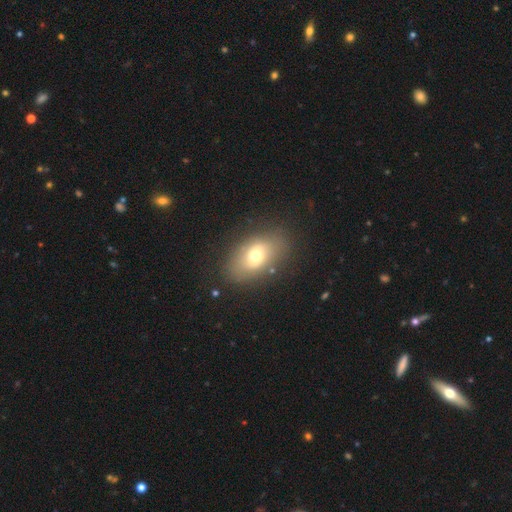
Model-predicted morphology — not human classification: This appears to be a smooth galaxy with no disk features (66%) that is in between round and cigar-shaped (84%). Merging: none (80%).